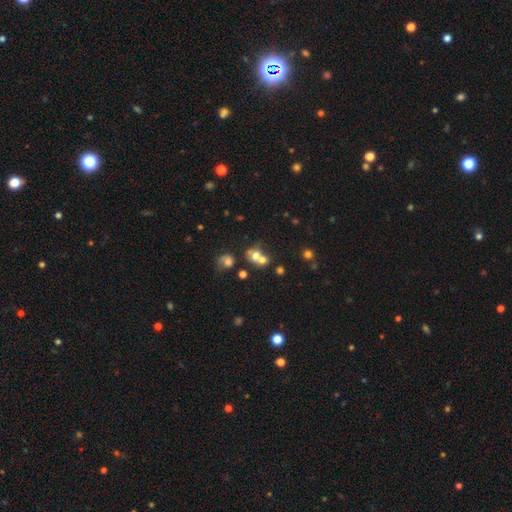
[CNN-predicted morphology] This appears to be a smooth galaxy with no disk features (63%) that is round (64%). Merging: merger (61%).